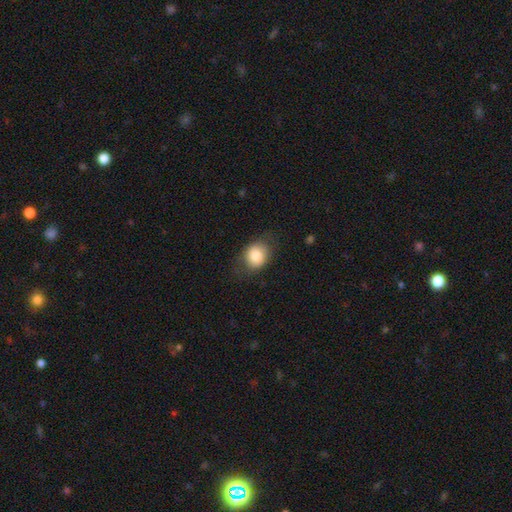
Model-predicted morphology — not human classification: Q: Smooth or featured?
A: smooth (82%); runner-up: featured or disk (10%)
Q: How rounded?
A: round (56%); runner-up: in between (43%)
Q: Merging?
A: none (74%); runner-up: minor disturbance (18%)